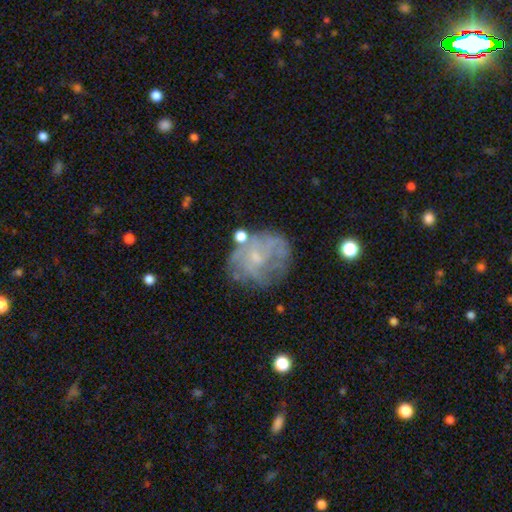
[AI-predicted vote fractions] Q: Smooth or featured?
A: featured or disk (61%); runner-up: smooth (28%)
Q: Edge-on disk?
A: no (98%); runner-up: yes (2%)
Q: Bar?
A: no (72%); runner-up: weak (24%)
Q: Spiral arms?
A: yes (51%); runner-up: no (49%)
Q: Bulge size?
A: small (64%); runner-up: moderate (17%)
Q: Merging?
A: none (57%); runner-up: minor disturbance (21%)